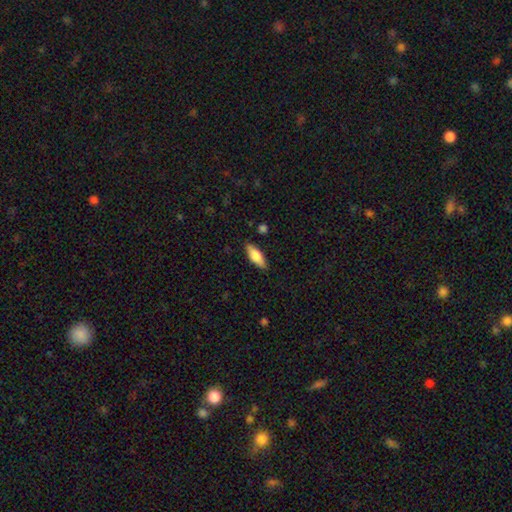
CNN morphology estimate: Smooth or featured? smooth (74%)
How rounded? in between (72%)
Merging? none (87%)